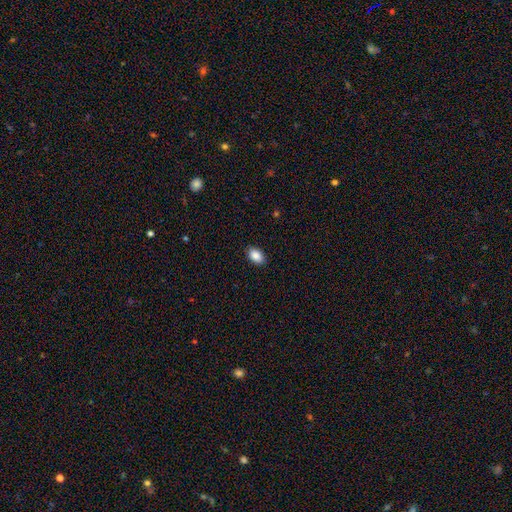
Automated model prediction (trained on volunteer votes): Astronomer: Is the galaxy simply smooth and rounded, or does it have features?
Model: smooth — 88%.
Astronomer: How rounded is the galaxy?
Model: in between — 89%.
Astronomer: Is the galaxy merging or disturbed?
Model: none — 90%.